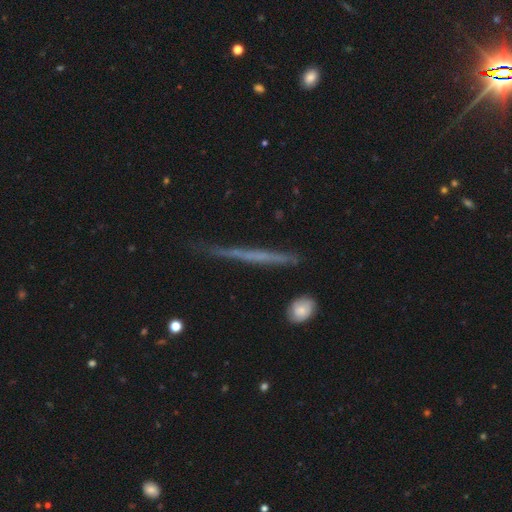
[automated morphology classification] Smooth or featured? featured or disk (55%)
Edge-on disk? yes (95%)
Edge-on bulge? none (88%)
Merging? none (80%)